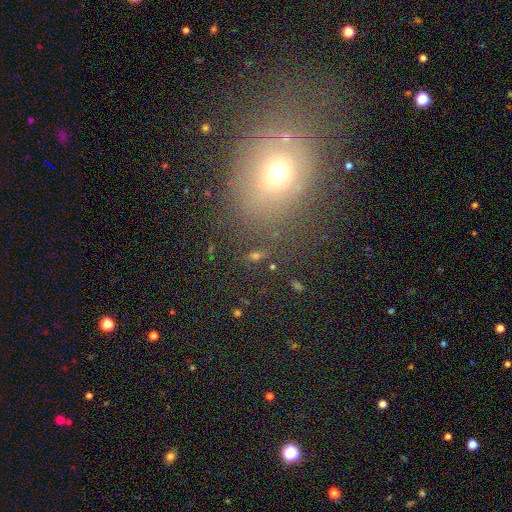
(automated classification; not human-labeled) Q: Smooth or featured?
A: smooth (51%); runner-up: star or artifact (33%)
Q: How rounded?
A: round (49%); runner-up: in between (46%)
Q: Merging?
A: none (75%); runner-up: minor disturbance (11%)